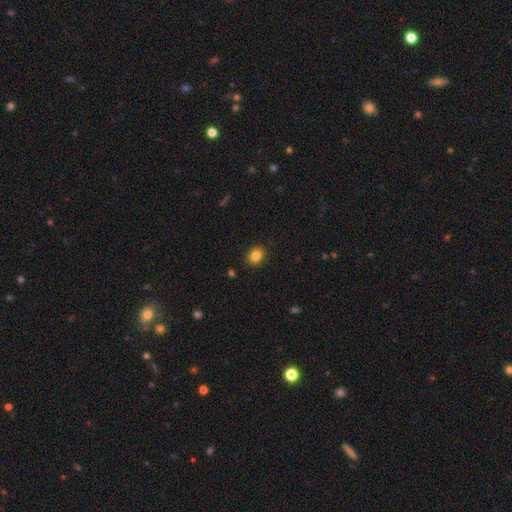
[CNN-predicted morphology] Smooth or featured?
  - smooth: 84% *
  - star or artifact: 10%
  - featured or disk: 6%
How rounded?
  - in between: 51% *
  - round: 48%
  - cigar-shaped: 1%
Merging?
  - none: 89% *
  - minor disturbance: 8%
  - major disturbance: 2%
  - merger: 1%